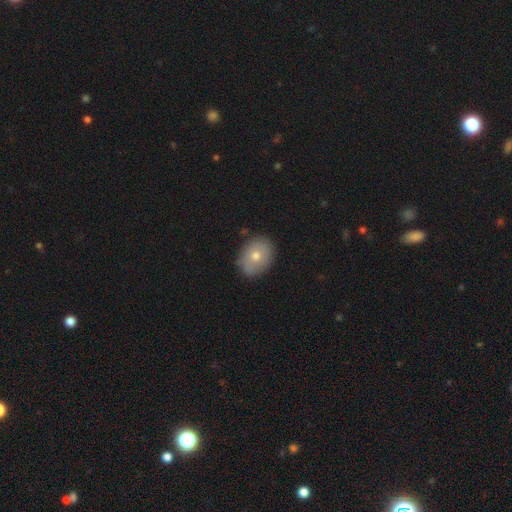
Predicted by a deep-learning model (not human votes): smooth 67%, featured or disk 23%, star or artifact 9%. Down the decision tree: how rounded — in between (57%); merging — none (84%).